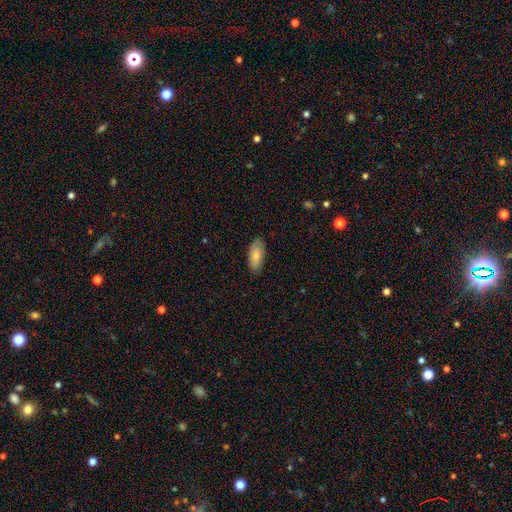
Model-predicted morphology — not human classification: smooth 75%, featured or disk 20%, star or artifact 6%. Down the decision tree: how rounded — in between (90%); merging — none (81%).